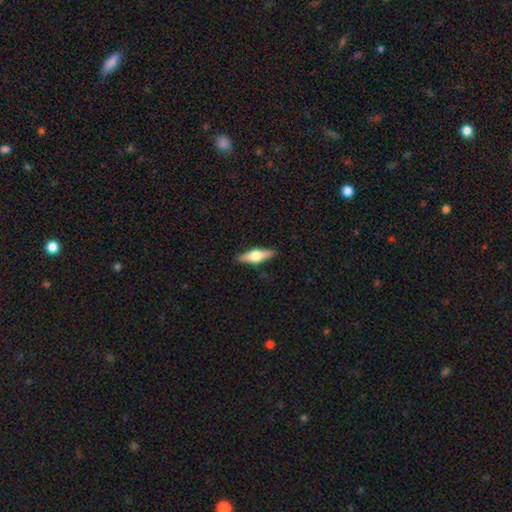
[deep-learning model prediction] A featured or disk galaxy (57%) viewed edge-on (95%) with a rounded central bulge (93%).

Vote fractions:
- Smooth or featured? featured or disk: 57% / smooth: 37% / star or artifact: 6%
- Edge-on disk? yes: 95% / no: 5%
- Edge-on bulge? rounded: 93% / boxy: 6% / none: 2%
- Merging? none: 89% / minor disturbance: 8% / major disturbance: 2% / merger: 1%